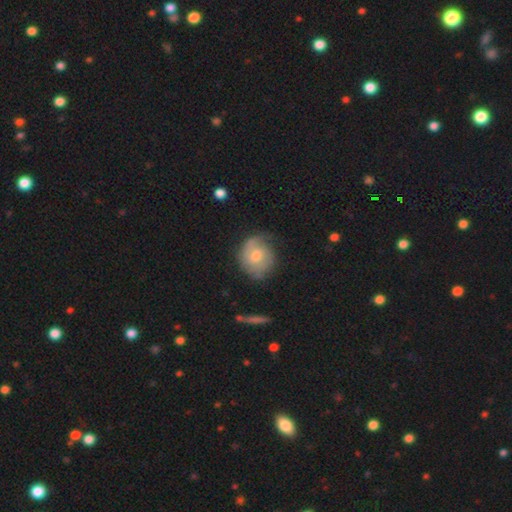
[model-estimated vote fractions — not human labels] Smooth or featured: featured or disk — 53% (smooth — 40%)
Edge-on disk: no — 96% (yes — 4%)
Bar: no — 69% (weak — 27%)
Spiral arms: yes — 82% (no — 18%)
Bulge size: moderate — 61% (small — 32%)
Merging: none — 64% (minor disturbance — 26%)